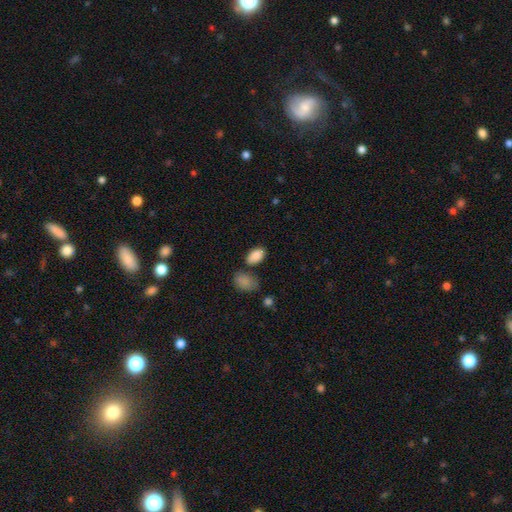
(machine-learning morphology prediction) smooth 88%, star or artifact 8%, featured or disk 4%. Down the decision tree: how rounded — in between (93%); merging — none (71%).